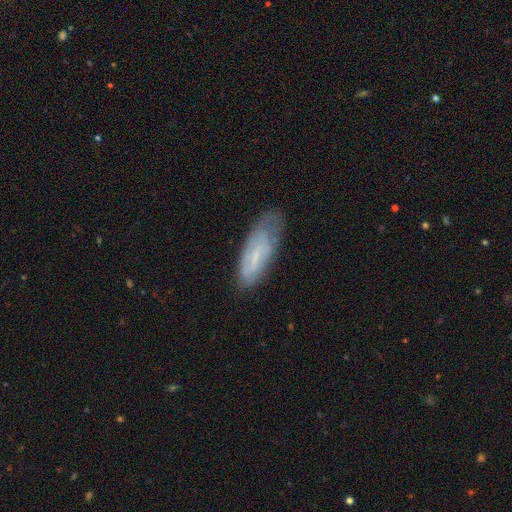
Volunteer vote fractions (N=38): This appears to be a smooth galaxy with no disk features (53%) that is in between round and cigar-shaped (75%). Merging: none (32%, tied with minor disturbance and major disturbance).